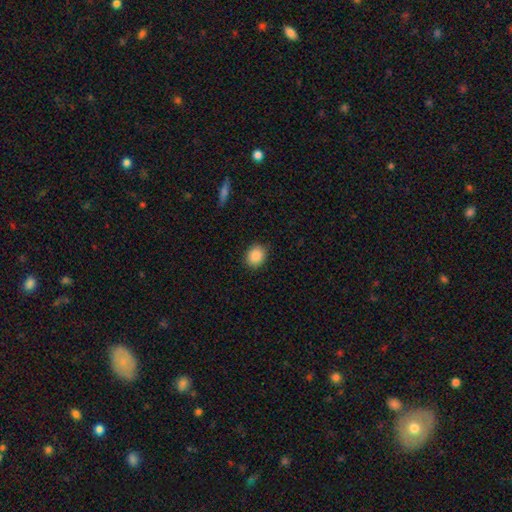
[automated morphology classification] smooth_or_featured: smooth (p=0.88) [alt: star or artifact p=0.08]
how_rounded: round (p=0.68) [alt: in between p=0.31]
merging: none (p=0.88) [alt: minor disturbance p=0.08]